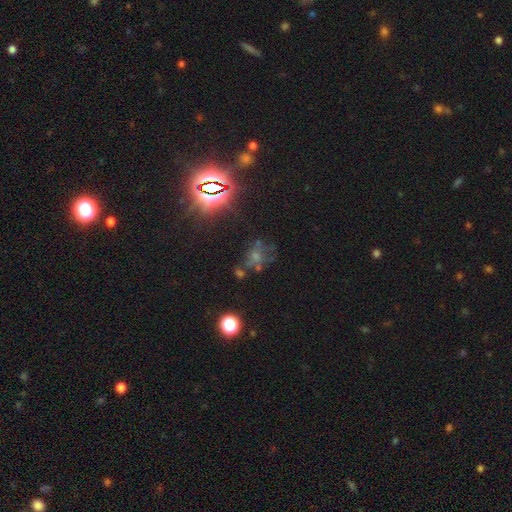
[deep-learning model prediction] star or artifact 57%, smooth 24%, featured or disk 19%.